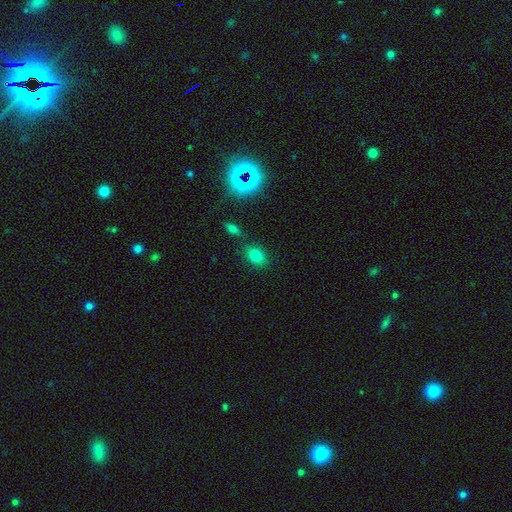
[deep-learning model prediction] This appears to be a smooth galaxy with no disk features (78%) that is in between round and cigar-shaped (70%). Merging: none (77%).